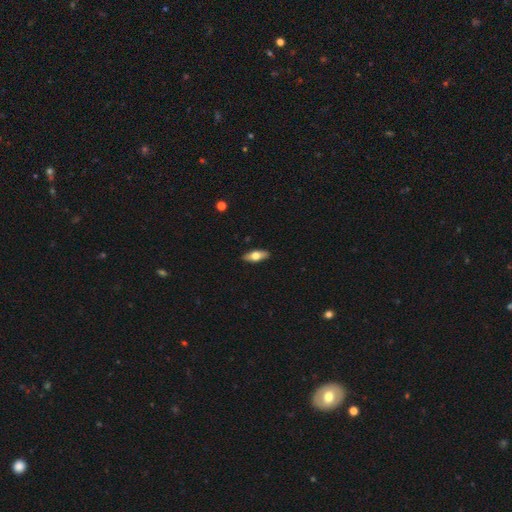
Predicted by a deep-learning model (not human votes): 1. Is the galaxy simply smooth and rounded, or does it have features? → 61% smooth, 33% featured or disk, 6% star or artifact.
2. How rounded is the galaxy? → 73% in between, 24% cigar-shaped, 3% round.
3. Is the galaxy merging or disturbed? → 90% none, 8% minor disturbance, 2% major disturbance, 1% merger.